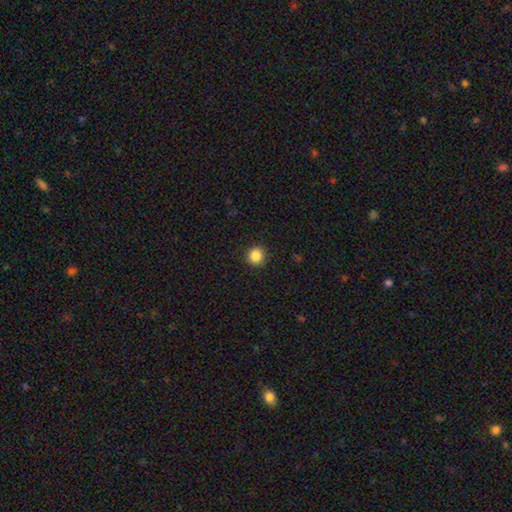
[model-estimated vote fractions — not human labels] Smooth or featured? Predicted: smooth (p=0.86). How rounded? Predicted: round (p=0.93). Merging? Predicted: none (p=0.92).